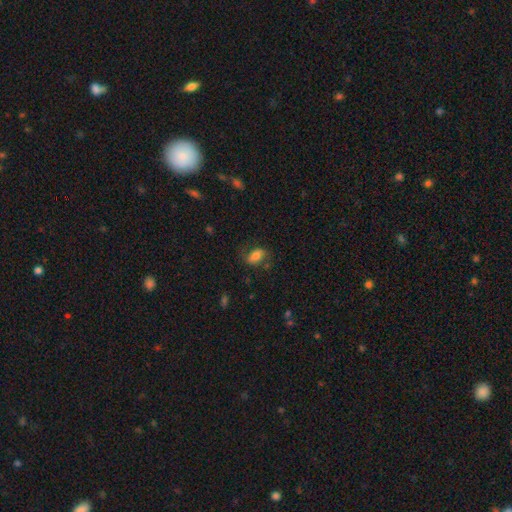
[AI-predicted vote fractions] A smooth galaxy with no disk features (69%) that is in between round and cigar-shaped (87%). Merging: none (63%).